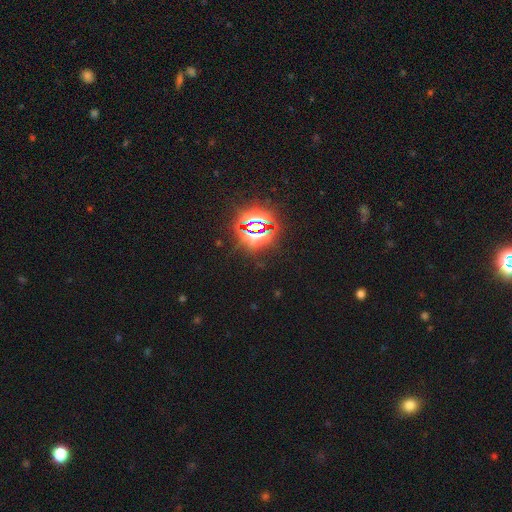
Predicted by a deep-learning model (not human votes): Smooth or featured: star or artifact — 83% (smooth — 10%)